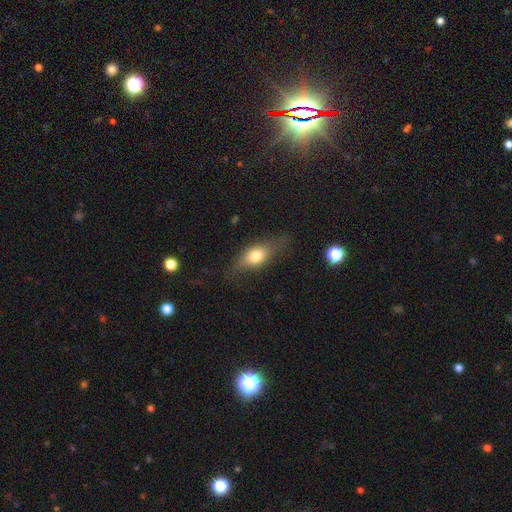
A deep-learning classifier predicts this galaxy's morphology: This appears to be a smooth galaxy with no disk features (69%) that is in between round and cigar-shaped (73%). Merging: none (65%).